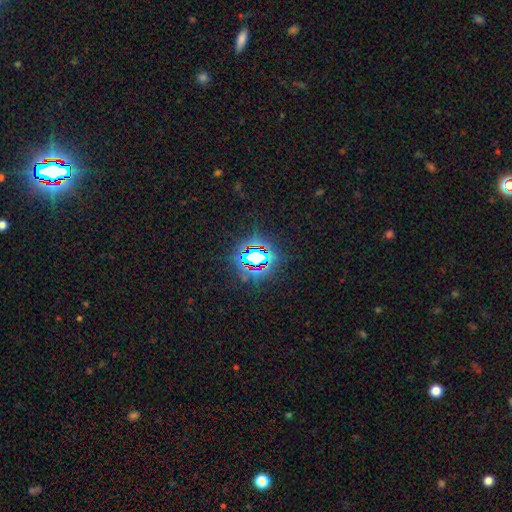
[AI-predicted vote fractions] Smooth or featured?
  - star or artifact: 73% *
  - smooth: 16%
  - featured or disk: 11%